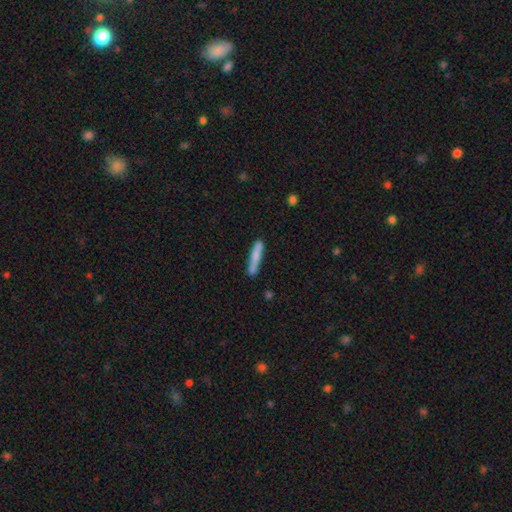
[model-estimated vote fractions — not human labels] smooth 69%, featured or disk 26%, star or artifact 6%. Down the decision tree: how rounded — cigar-shaped (92%); merging — none (76%).